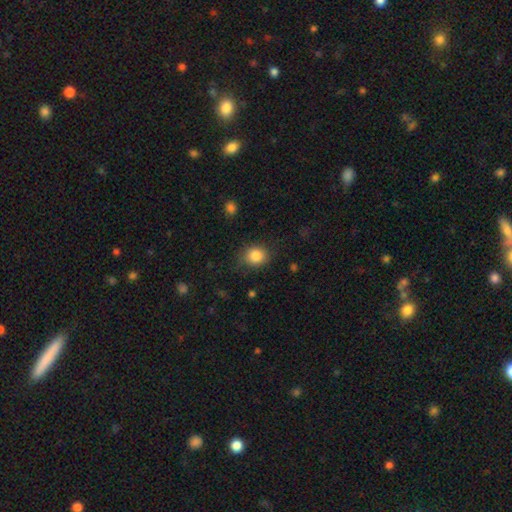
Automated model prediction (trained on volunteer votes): Smooth or featured? smooth (85%)
How rounded? round (77%)
Merging? none (77%)